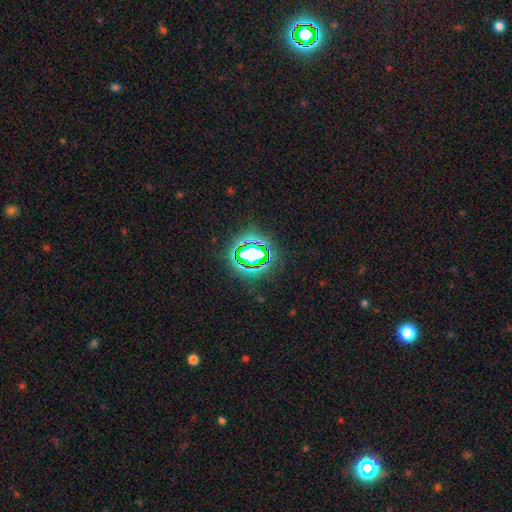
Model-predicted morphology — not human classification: A star or artifact, not a galaxy (81%).

Vote fractions:
- Smooth or featured? star or artifact: 81% / smooth: 12% / featured or disk: 7%